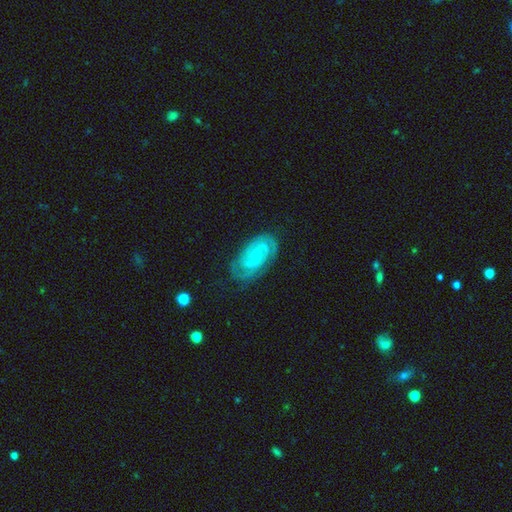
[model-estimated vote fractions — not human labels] Morphology: type=featured or disk (84%); edge-on=no (97%); bar=no (46%); spiral arms=yes (96%); winding=tight (58%); arm count=2 (77%); bulge=small (63%); merging=none (73%).